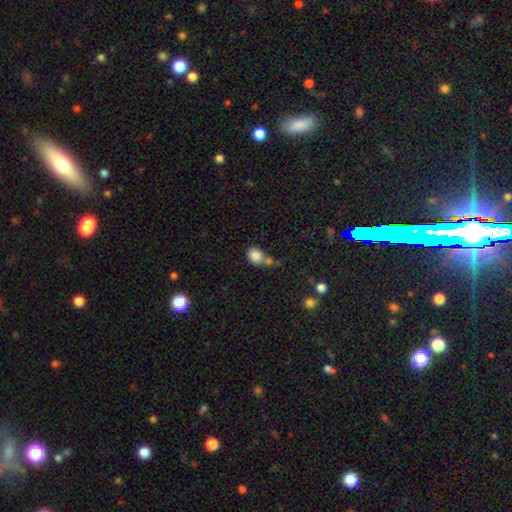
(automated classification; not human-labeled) Overall: smooth (85%). How rounded: round (60%; in between 39%). Merging: none (51%; merger 29%).